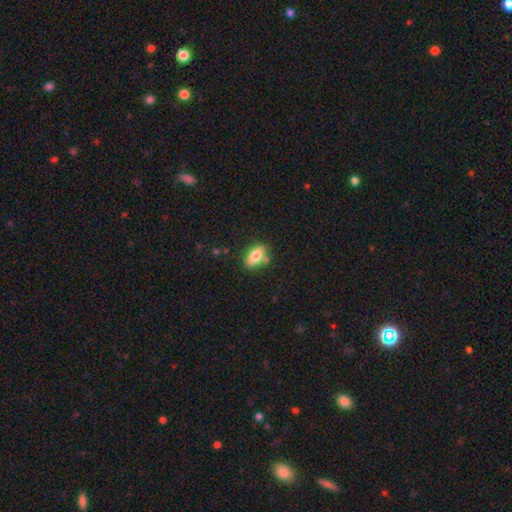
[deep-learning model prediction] This appears to be a smooth galaxy with no disk features (77%) that is in between round and cigar-shaped (86%). Merging: none (71%).